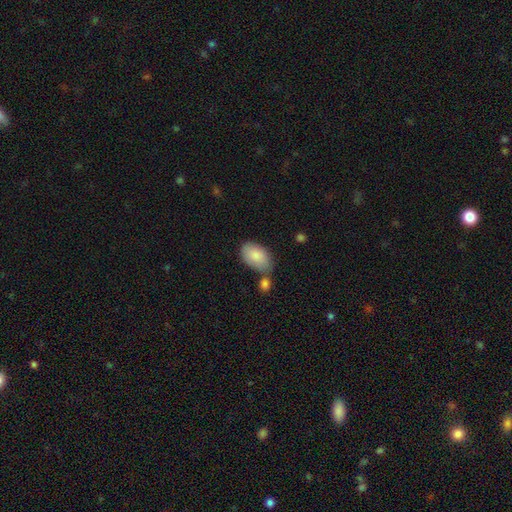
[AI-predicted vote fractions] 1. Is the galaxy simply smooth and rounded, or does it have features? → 85% smooth, 9% featured or disk, 6% star or artifact.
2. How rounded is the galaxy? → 93% in between, 6% round, 1% cigar-shaped.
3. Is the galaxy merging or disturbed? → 59% none, 19% minor disturbance, 18% merger, 5% major disturbance.